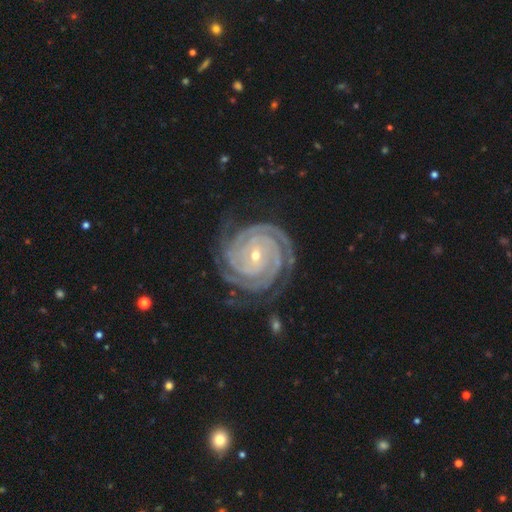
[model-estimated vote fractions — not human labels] Smooth or featured?
  - featured or disk: 94% *
  - star or artifact: 4%
  - smooth: 2%
Edge-on disk?
  - no: 98% *
  - yes: 2%
Bar?
  - no: 53% *
  - weak: 27%
  - strong: 20%
Spiral arms?
  - yes: 99% *
  - no: 1%
Spiral winding?
  - tight: 89% *
  - medium: 10%
  - loose: 1%
Spiral arm count?
  - 2: 27% *
  - 3: 24%
  - 4: 21%
  - can't tell: 11%
  - more than 4: 9%
  - 1: 8%
Bulge size?
  - small: 69% *
  - moderate: 28%
  - large: 1%
  - none: 1%
  - dominant: 1%
Merging?
  - none: 79% *
  - minor disturbance: 14%
  - major disturbance: 5%
  - merger: 2%